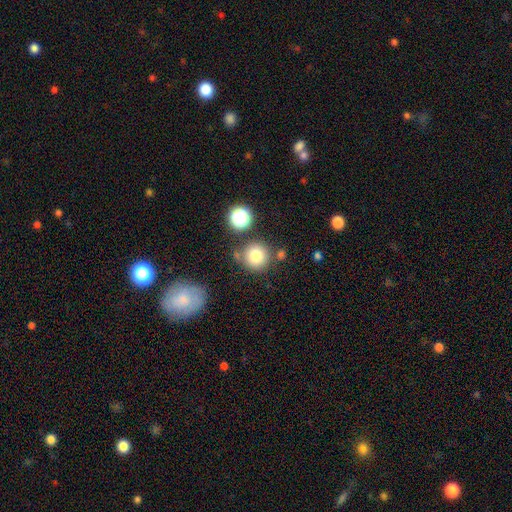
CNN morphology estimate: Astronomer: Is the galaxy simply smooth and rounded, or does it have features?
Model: smooth — 79%.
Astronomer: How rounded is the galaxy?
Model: round — 93%.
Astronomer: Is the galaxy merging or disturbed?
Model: none — 73%.